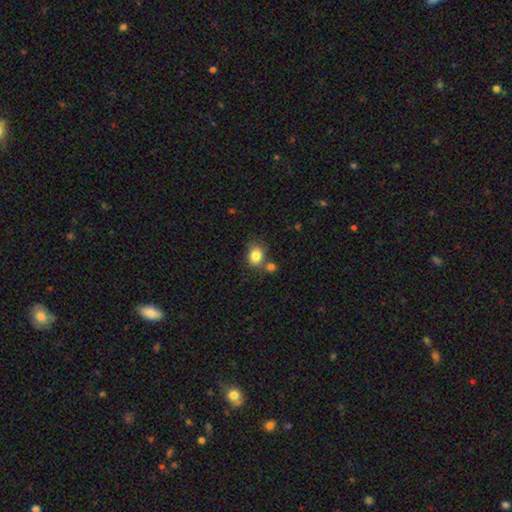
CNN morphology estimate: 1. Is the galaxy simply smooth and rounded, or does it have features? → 83% smooth, 10% star or artifact, 7% featured or disk.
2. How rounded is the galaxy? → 52% round, 47% in between, 1% cigar-shaped.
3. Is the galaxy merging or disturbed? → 57% none, 23% merger, 15% minor disturbance, 5% major disturbance.